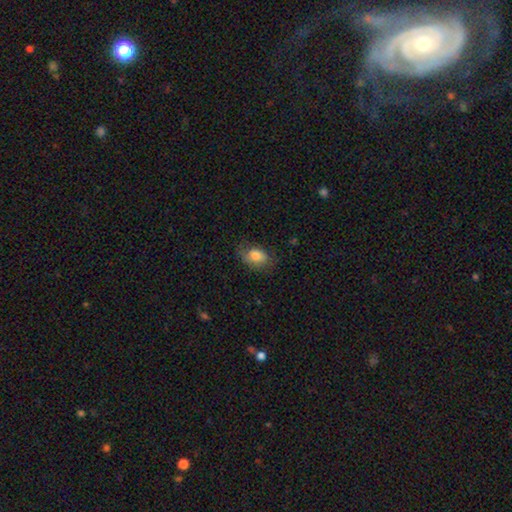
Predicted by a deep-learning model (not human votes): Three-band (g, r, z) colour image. It shows a smooth galaxy with no disk features (79%) that is in between round and cigar-shaped (82%). Merging: none (65%).